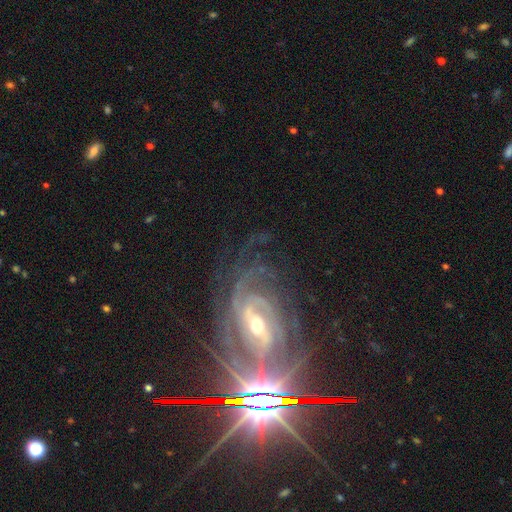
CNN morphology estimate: Smooth or featured: featured or disk — 81% (star or artifact — 14%)
Edge-on disk: no — 95% (yes — 5%)
Bar: strong — 43% (weak — 34%)
Spiral arms: yes — 96% (no — 4%)
Spiral winding: tight — 60% (medium — 33%)
Spiral arm count: 2 — 26% (can't tell — 24%)
Bulge size: small — 49% (moderate — 47%)
Merging: none — 64% (minor disturbance — 17%)